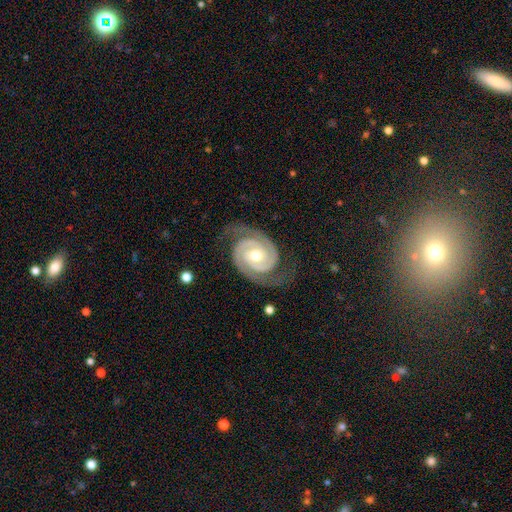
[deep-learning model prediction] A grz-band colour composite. It shows a featured or disk galaxy (94%) with no bar (65%), 2 (94%) tight (66%) spiral arms (99%) and a moderate central bulge (70%). Merging: none (79%).